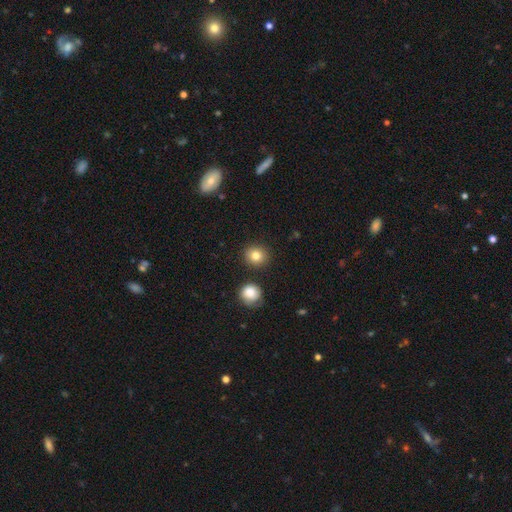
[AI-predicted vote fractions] Smooth or featured? smooth (81%)
How rounded? round (87%)
Merging? none (86%)